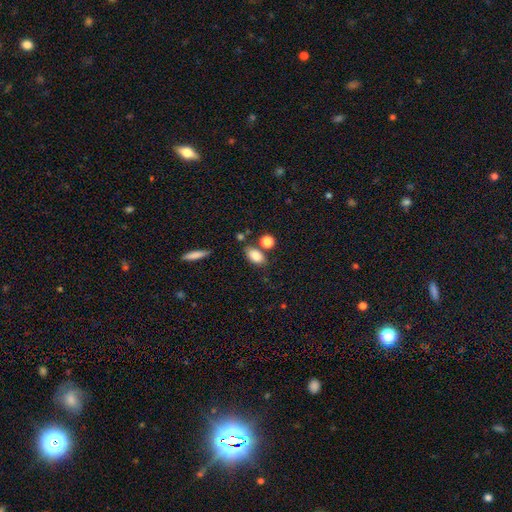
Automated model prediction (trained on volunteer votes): smooth 84%, star or artifact 9%, featured or disk 7%. Down the decision tree: how rounded — in between (86%); merging — none (69%).